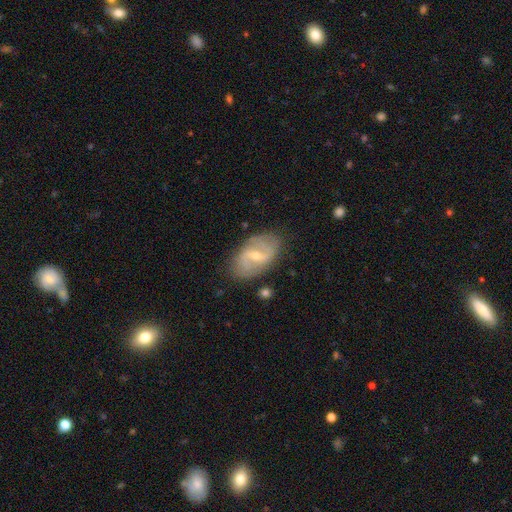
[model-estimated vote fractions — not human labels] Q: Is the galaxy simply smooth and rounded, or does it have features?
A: featured or disk — 78%.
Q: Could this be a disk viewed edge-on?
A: no — 95%.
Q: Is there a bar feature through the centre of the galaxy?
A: weak — 51%.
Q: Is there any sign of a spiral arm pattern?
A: yes — 85%.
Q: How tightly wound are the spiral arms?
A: medium — 40%, tied with loose.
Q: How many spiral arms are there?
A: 2 — 86%.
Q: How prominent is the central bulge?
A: small — 58%.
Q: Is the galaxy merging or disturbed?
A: none — 81%.